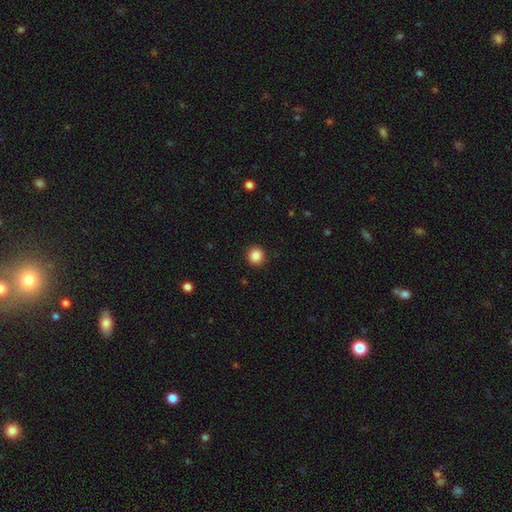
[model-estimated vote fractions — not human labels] The model was most divided on "smooth or featured": smooth: 87%, star or artifact: 10%, featured or disk: 3%. More confident: how rounded — round (92%); merging — none (92%).